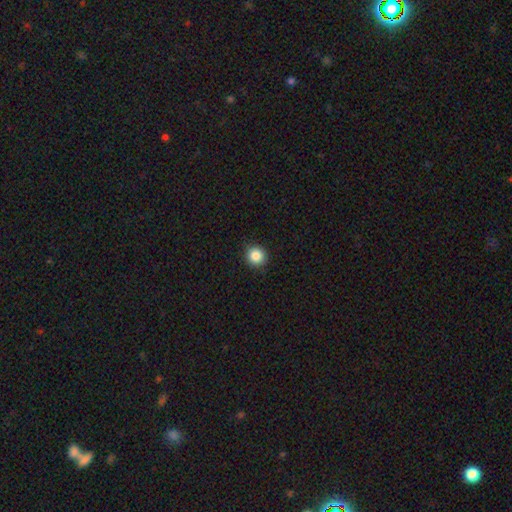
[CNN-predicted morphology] This appears to be a smooth galaxy with no disk features (87%) that is round (91%). Merging: none (91%).